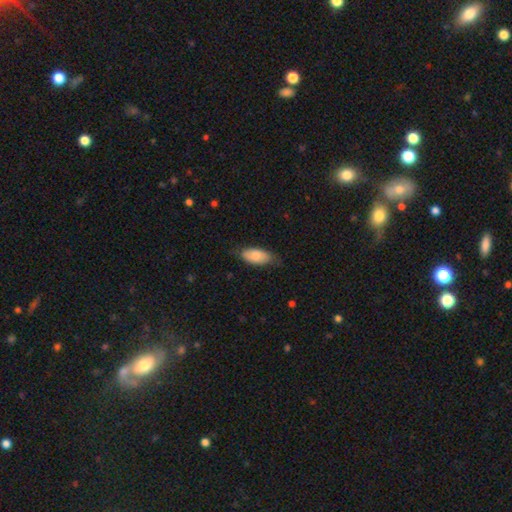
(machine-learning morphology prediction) The model was most divided on "merging": none: 67%, minor disturbance: 26%, major disturbance: 5%, merger: 1%. More confident: how rounded — in between (90%); smooth or featured — smooth (82%).